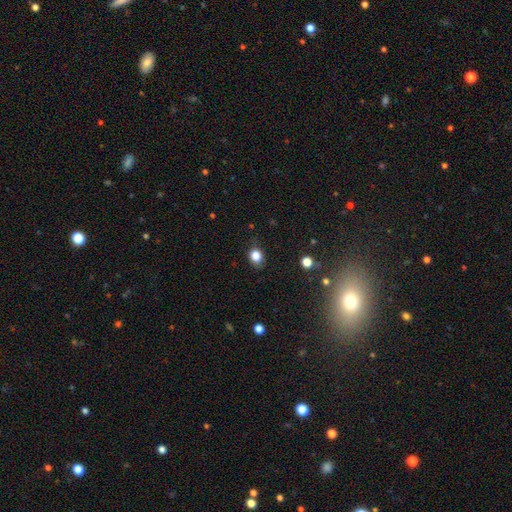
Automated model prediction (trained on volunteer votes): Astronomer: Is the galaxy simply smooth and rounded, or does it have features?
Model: smooth — 84%.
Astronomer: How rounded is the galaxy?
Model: round — 58% (runner-up: in between, 40%).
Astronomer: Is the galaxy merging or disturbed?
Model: none — 79%.